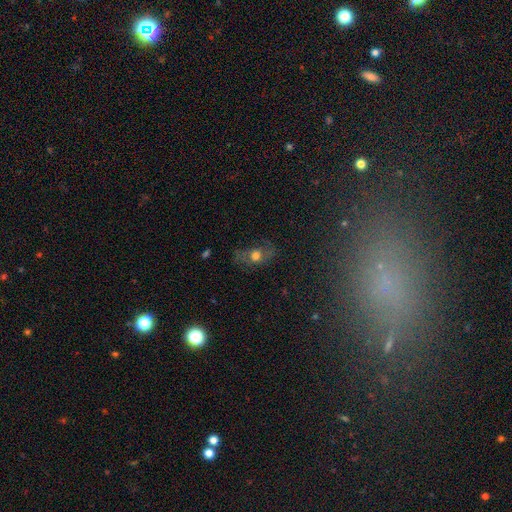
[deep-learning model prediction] Smooth or featured?
  - smooth: 44% *
  - featured or disk: 40%
  - star or artifact: 16%
Merging?
  - none: 60% *
  - minor disturbance: 22%
  - major disturbance: 15%
  - merger: 2%